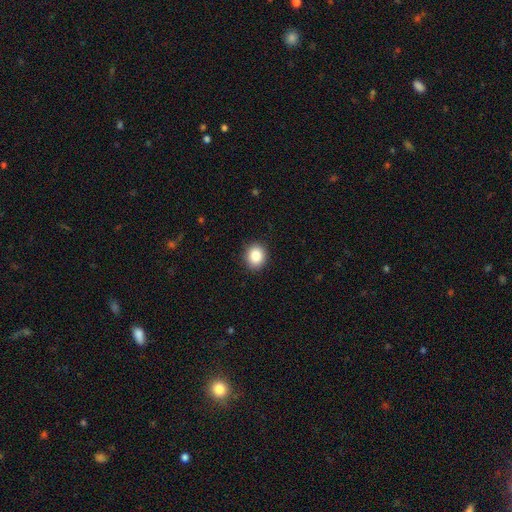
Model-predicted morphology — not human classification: Overall: smooth (85%). How rounded: round (72%). Merging: none (89%).